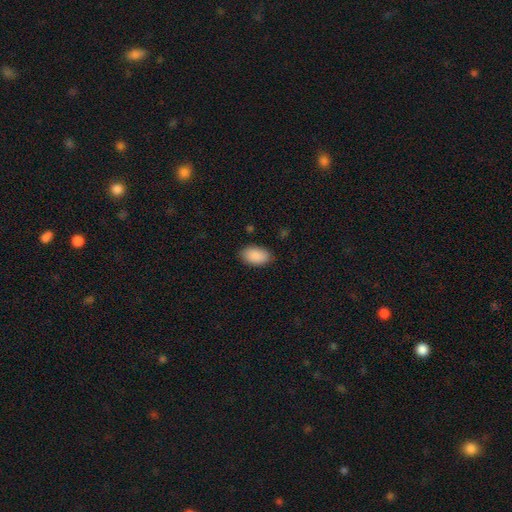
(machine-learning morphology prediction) smooth_or_featured: smooth (p=0.90) [alt: star or artifact p=0.06]
how_rounded: in between (p=0.94) [alt: round p=0.05]
merging: none (p=0.86) [alt: minor disturbance p=0.11]